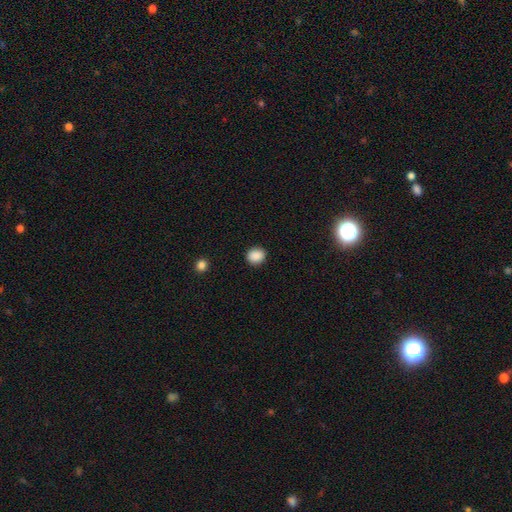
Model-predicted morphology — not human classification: Overall: smooth (89%). How rounded: round (72%). Merging: none (90%).